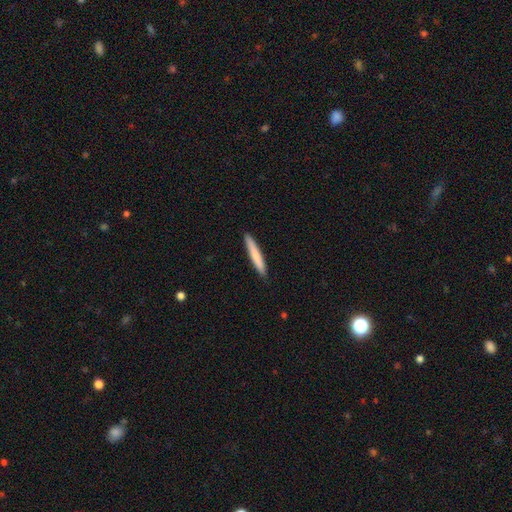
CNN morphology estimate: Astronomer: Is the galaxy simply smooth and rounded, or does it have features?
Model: smooth — 77%.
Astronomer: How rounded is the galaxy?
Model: cigar-shaped — 95%.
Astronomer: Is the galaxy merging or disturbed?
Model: none — 91%.